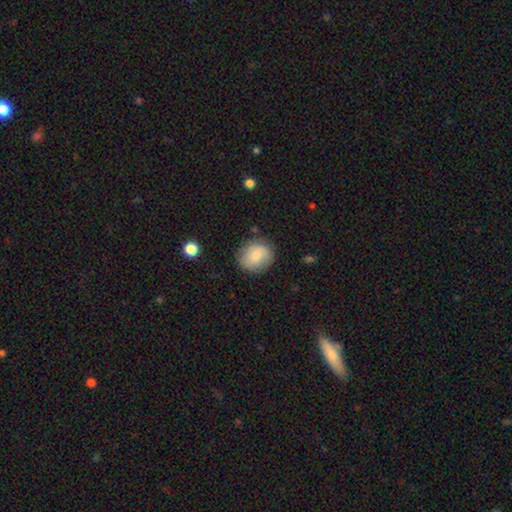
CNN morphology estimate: A smooth galaxy with no disk features (71%) that is round (76%).

Vote fractions:
- Smooth or featured? smooth: 71% / featured or disk: 22% / star or artifact: 8%
- How rounded? round: 76% / in between: 23% / cigar-shaped: 1%
- Merging? none: 82% / minor disturbance: 13% / major disturbance: 4% / merger: 1%